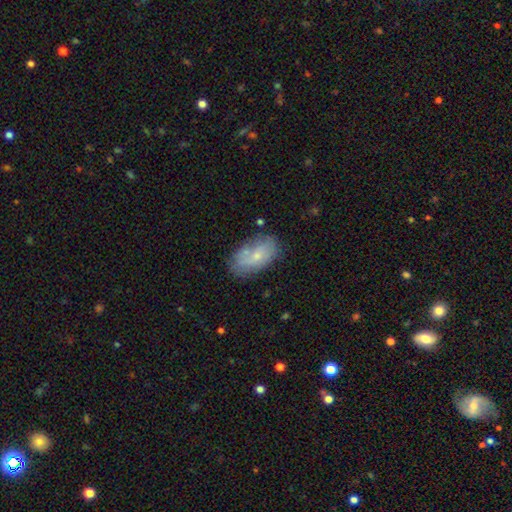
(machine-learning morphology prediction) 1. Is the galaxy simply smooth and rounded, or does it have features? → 62% smooth, 30% featured or disk, 8% star or artifact.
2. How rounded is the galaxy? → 92% in between, 5% round, 3% cigar-shaped.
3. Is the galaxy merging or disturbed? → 63% none, 22% minor disturbance, 8% merger, 6% major disturbance.